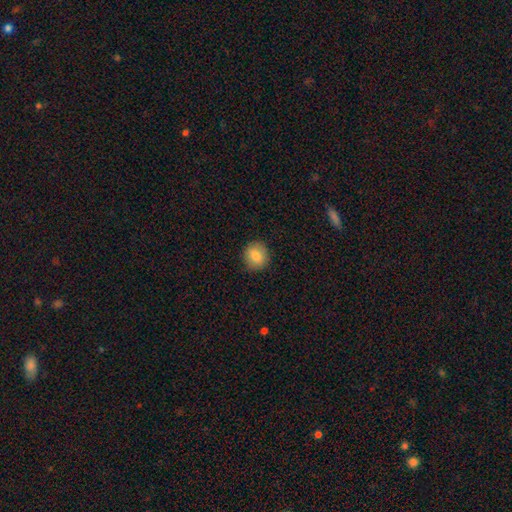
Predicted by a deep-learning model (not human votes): Morphology: type=smooth (81%); roundness=round (83%); merging=none (88%).